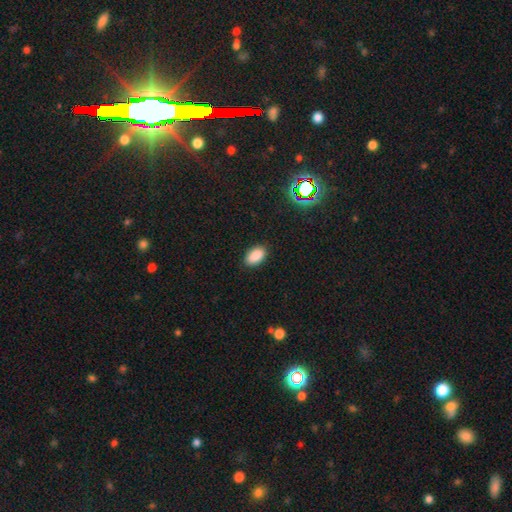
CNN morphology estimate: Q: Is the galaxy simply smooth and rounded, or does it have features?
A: smooth — 89%.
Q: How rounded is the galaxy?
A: in between — 93%.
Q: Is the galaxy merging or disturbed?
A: none — 88%.